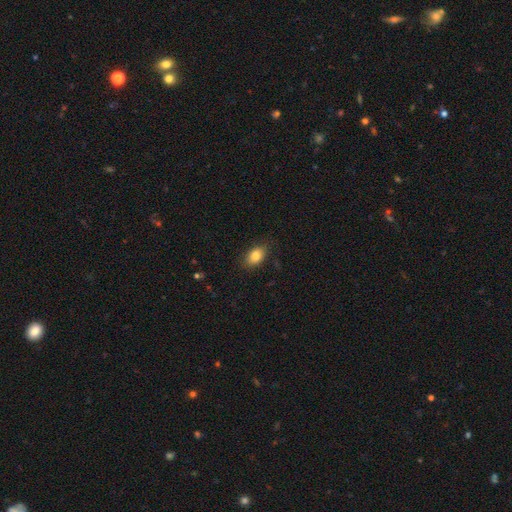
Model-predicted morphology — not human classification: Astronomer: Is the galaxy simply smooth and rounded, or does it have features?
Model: smooth — 83%.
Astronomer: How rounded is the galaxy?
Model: in between — 85%.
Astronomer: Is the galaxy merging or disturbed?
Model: none — 84%.